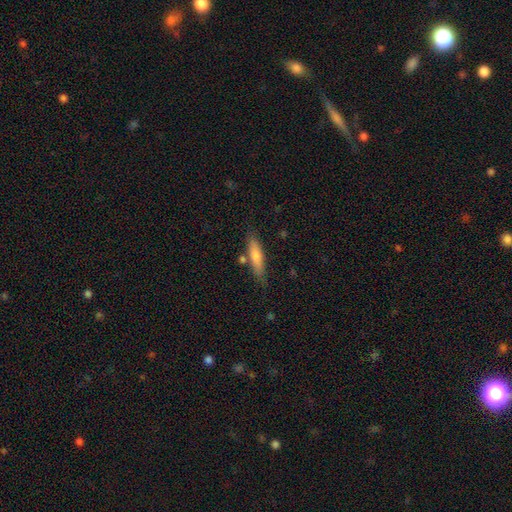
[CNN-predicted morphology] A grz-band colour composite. It shows a smooth galaxy with no disk features (70%) that is cigar-shaped (76%). Merging: none (76%).